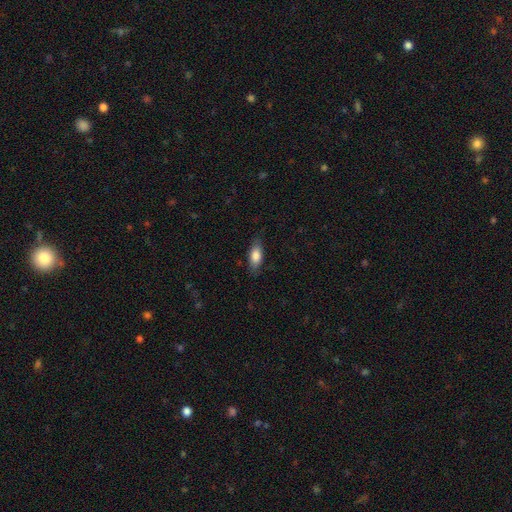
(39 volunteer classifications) Volunteers were most divided on "how rounded": in between: 62%, cigar-shaped: 25%, round: 12%. More confident: smooth or featured — smooth (82%); merging — none (81%).